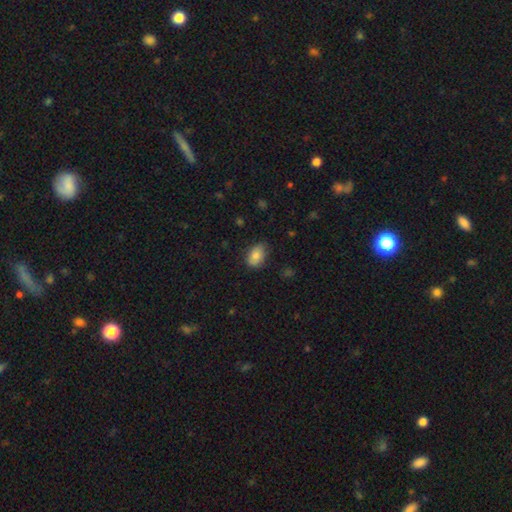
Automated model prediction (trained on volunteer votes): Smooth or featured? smooth (82%)
How rounded? in between (85%)
Merging? none (73%)